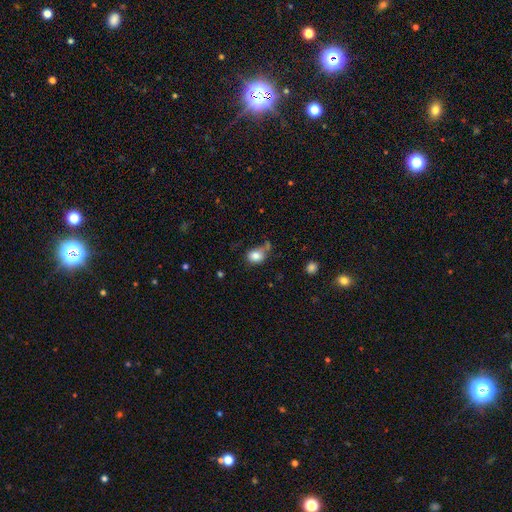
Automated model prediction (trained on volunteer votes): Overall: smooth (83%). How rounded: in between (50%; round 49%). Merging: none (54%; minor disturbance 23%).